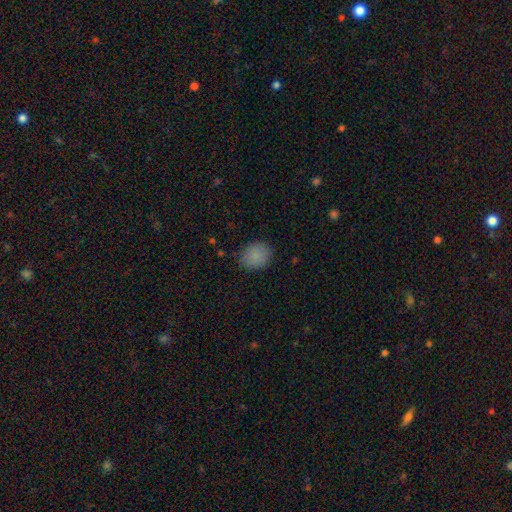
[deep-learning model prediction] Smooth or featured: smooth — 87% (star or artifact — 9%)
How rounded: round — 65% (in between — 34%)
Merging: none — 83% (minor disturbance — 13%)